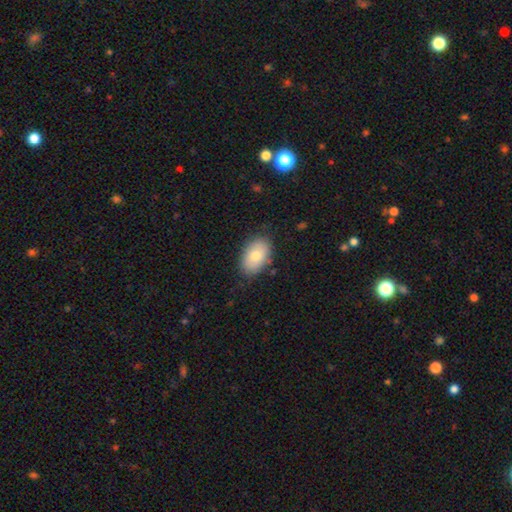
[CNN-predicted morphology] This is likely a smooth galaxy (76%). How rounded: clearly in between (90%). Merging: clearly none (83%).